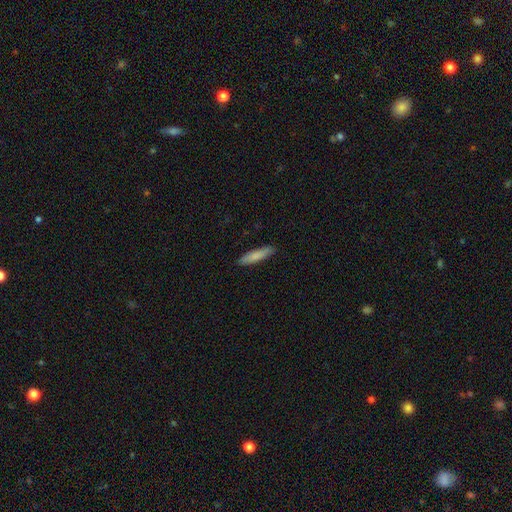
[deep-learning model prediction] Smooth or featured? Predicted: smooth (p=0.82). How rounded? Predicted: cigar-shaped (p=0.82). Merging? Predicted: none (p=0.89).